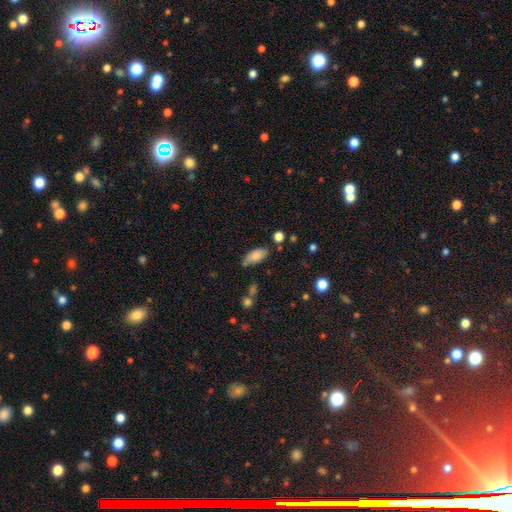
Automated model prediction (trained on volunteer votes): This is clearly a smooth galaxy (83%). How rounded: clearly in between (89%). Merging: likely none (72%).